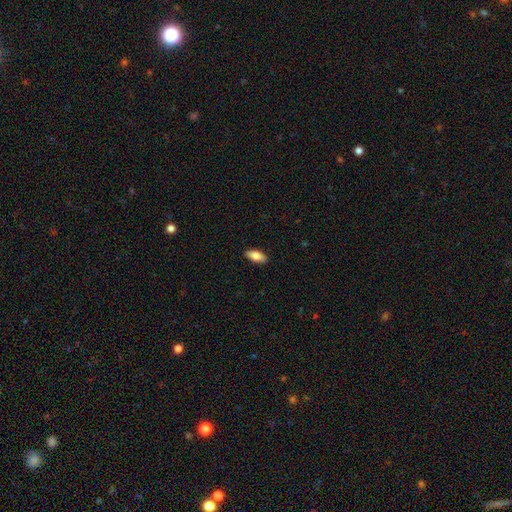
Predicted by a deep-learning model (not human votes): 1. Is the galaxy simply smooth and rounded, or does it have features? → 82% smooth, 12% featured or disk, 6% star or artifact.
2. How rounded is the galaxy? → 84% in between, 14% cigar-shaped, 2% round.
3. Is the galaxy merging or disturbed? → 89% none, 8% minor disturbance, 2% major disturbance, 1% merger.